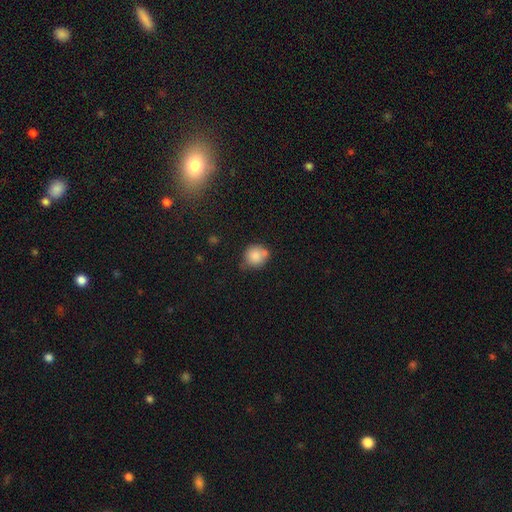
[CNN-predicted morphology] Q: Smooth or featured?
A: smooth (83%); runner-up: star or artifact (9%)
Q: How rounded?
A: round (82%); runner-up: in between (17%)
Q: Merging?
A: none (55%); runner-up: minor disturbance (23%)